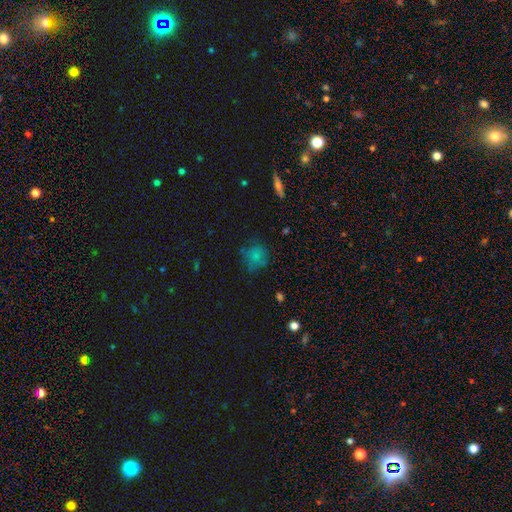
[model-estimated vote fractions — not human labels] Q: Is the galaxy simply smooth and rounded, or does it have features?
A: smooth — 63%.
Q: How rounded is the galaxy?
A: round — 84%.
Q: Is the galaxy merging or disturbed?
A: none — 72%.